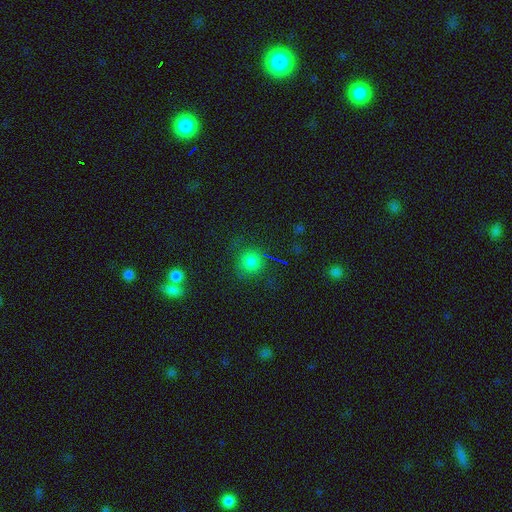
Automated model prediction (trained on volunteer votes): This appears to be a smooth galaxy with no disk features (56%) that is round (92%). Merging: none (81%).